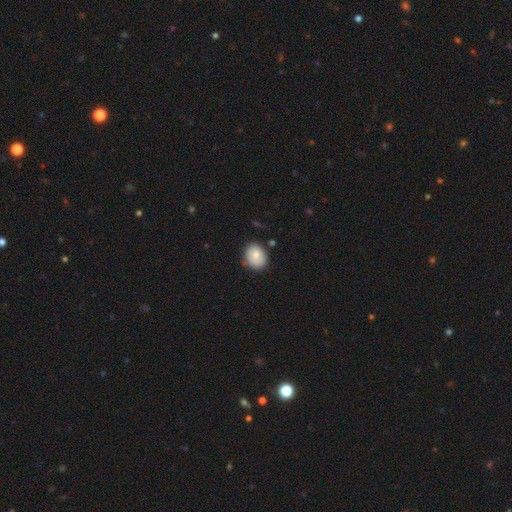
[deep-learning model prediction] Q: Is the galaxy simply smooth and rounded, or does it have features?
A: smooth — 75%.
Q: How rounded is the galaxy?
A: round — 56%.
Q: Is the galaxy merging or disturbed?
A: none — 72%.